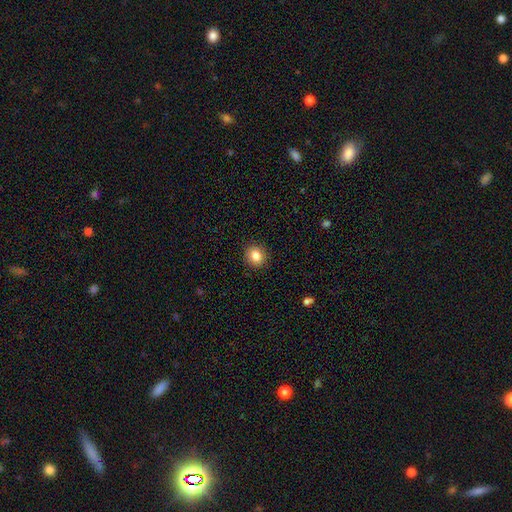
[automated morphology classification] Smooth or featured?
  - smooth: 85% *
  - star or artifact: 10%
  - featured or disk: 6%
How rounded?
  - round: 78% *
  - in between: 21%
  - cigar-shaped: 1%
Merging?
  - none: 91% *
  - minor disturbance: 6%
  - major disturbance: 2%
  - merger: 1%